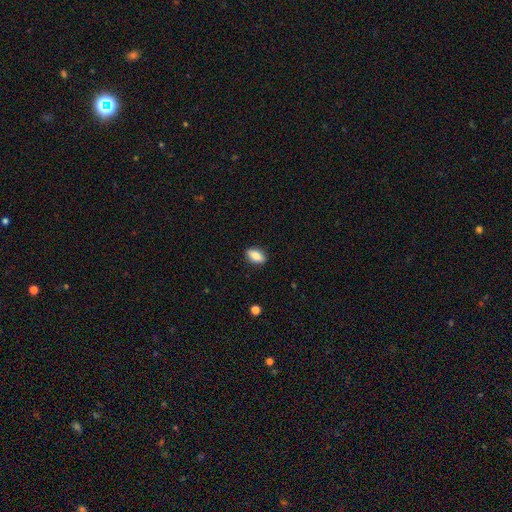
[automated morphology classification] type=smooth (85%); roundness=in between (89%); merging=none (89%).